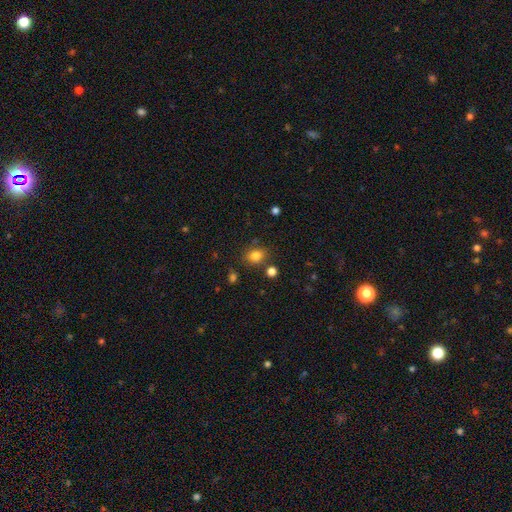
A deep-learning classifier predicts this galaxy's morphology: Smooth or featured? smooth (81%)
How rounded? round (58%)
Merging? none (78%)